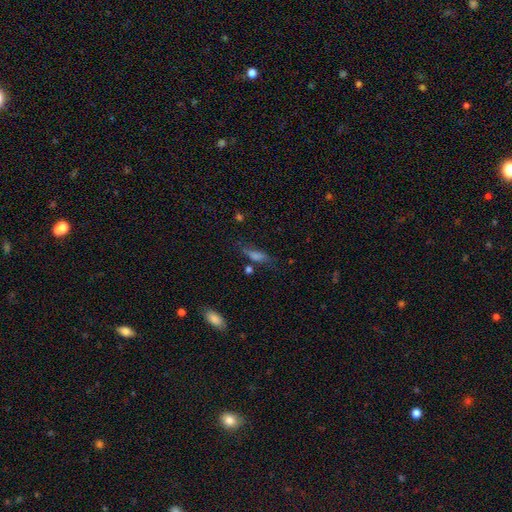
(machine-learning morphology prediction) Overall: smooth (55%; featured or disk 27%). How rounded: cigar-shaped (53%; in between 41%). Merging: none (59%; minor disturbance 22%).